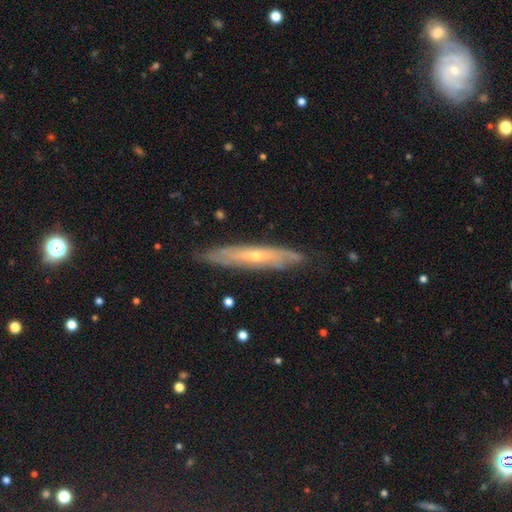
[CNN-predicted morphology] smooth_or_featured: featured or disk (p=0.66) [alt: smooth p=0.28]
disk_edge_on: yes (p=0.65) [alt: no p=0.35]
merging: none (p=0.82) [alt: minor disturbance p=0.14]